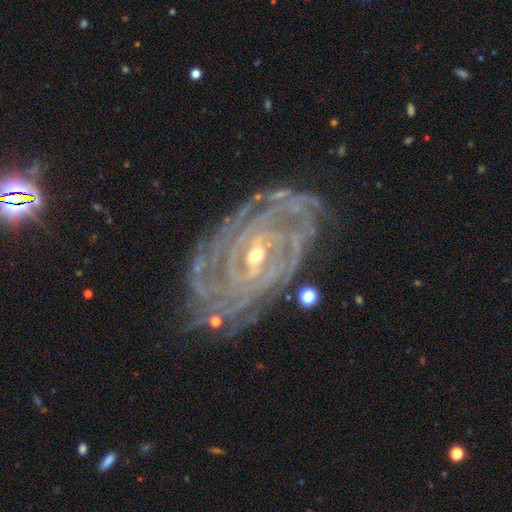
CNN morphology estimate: This is clearly a featured or disk galaxy (87%). It is clearly not viewed edge-on (95%). Bar: marginally no (43%). Spiral arm pattern: clearly yes (95%). Spiral arm count: marginally can't tell (37%). Spiral winding: likely tight (78%). Central bulge: likely small (71%). Merging: likely none (77%).